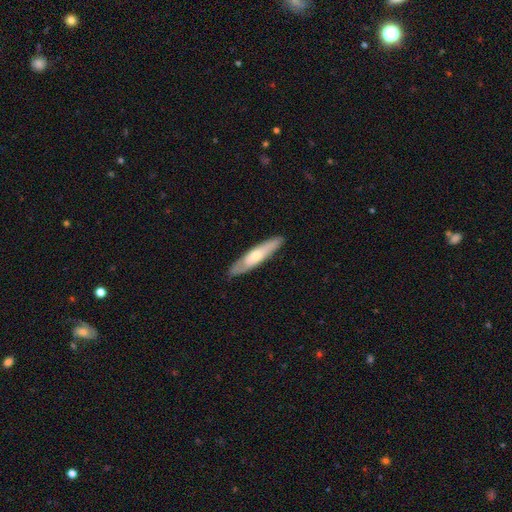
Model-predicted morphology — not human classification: Smooth or featured? Predicted: smooth (p=0.52). How rounded? Predicted: cigar-shaped (p=0.79). Merging? Predicted: none (p=0.85).